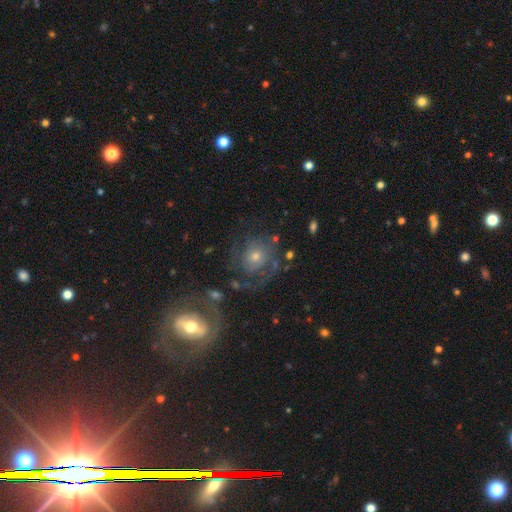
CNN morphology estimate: type=featured or disk (65%); edge-on=no (97%); bar=no (78%); spiral arms=yes (81%); winding=tight (51%); arm count=2 (38%); bulge=moderate (51%); merging=none (57%).